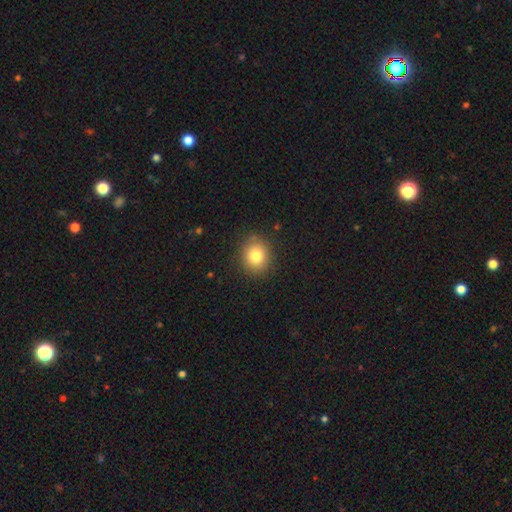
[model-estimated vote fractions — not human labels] Smooth or featured?
  - smooth: 81% *
  - star or artifact: 11%
  - featured or disk: 9%
How rounded?
  - round: 74% *
  - in between: 25%
  - cigar-shaped: 1%
Merging?
  - none: 88% *
  - minor disturbance: 8%
  - major disturbance: 3%
  - merger: 1%